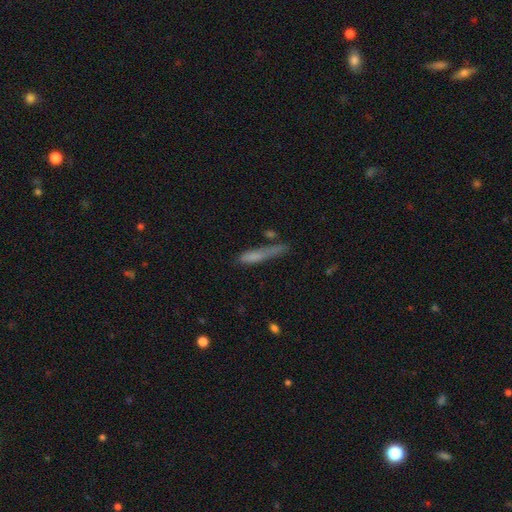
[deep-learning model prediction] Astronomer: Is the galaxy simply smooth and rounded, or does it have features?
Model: smooth — 68%.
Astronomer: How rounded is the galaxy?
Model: cigar-shaped — 88%.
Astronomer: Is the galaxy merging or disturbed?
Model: none — 55%.